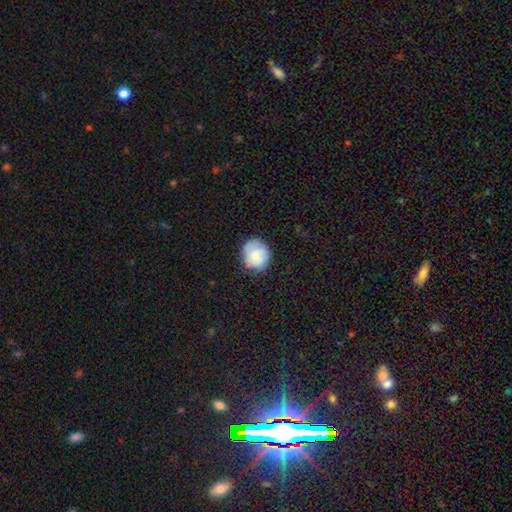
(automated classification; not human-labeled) Smooth or featured?
  - smooth: 78% *
  - featured or disk: 15%
  - star or artifact: 7%
How rounded?
  - round: 80% *
  - in between: 19%
  - cigar-shaped: 1%
Merging?
  - none: 77% *
  - minor disturbance: 18%
  - major disturbance: 4%
  - merger: 1%